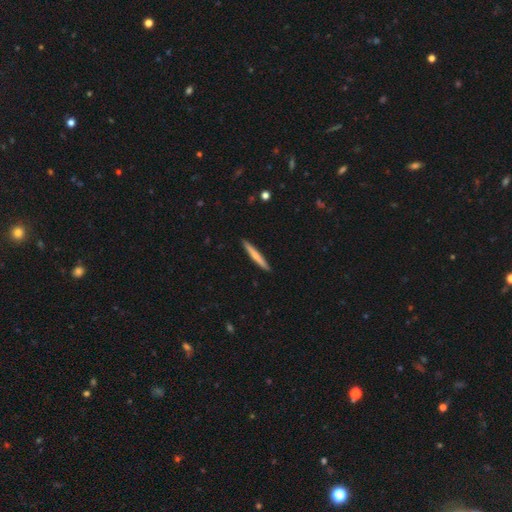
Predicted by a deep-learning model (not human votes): smooth_or_featured: smooth (p=0.64) [alt: featured or disk p=0.31]
how_rounded: cigar-shaped (p=0.96) [alt: in between p=0.03]
merging: none (p=0.92) [alt: minor disturbance p=0.06]